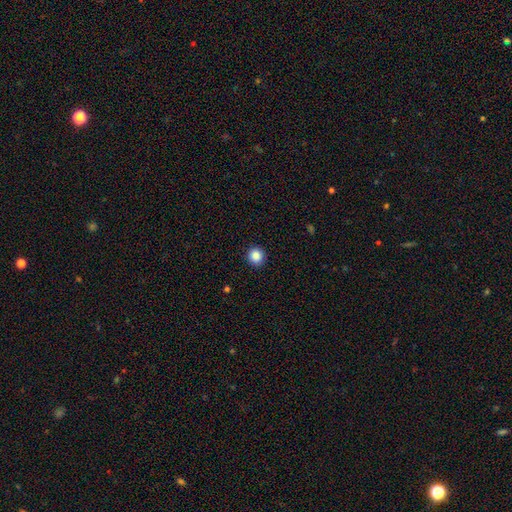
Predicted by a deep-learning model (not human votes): A smooth galaxy with no disk features (87%) that is round (91%).

Vote fractions:
- Smooth or featured? smooth: 87% / star or artifact: 9% / featured or disk: 3%
- How rounded? round: 91% / in between: 8% / cigar-shaped: 1%
- Merging? none: 92% / minor disturbance: 5% / major disturbance: 2% / merger: 1%